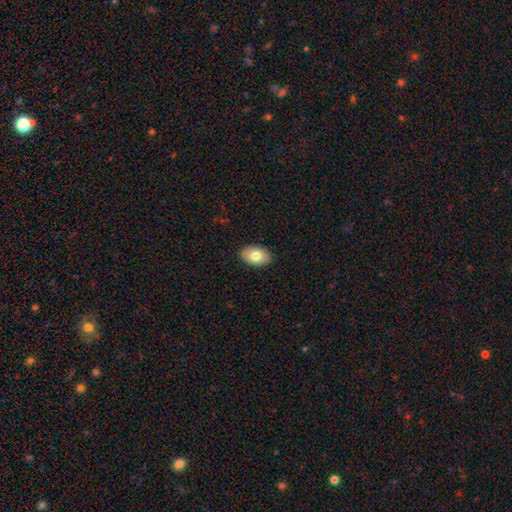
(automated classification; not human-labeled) This is likely a smooth galaxy (78%). How rounded: clearly in between (90%). Merging: clearly none (89%).